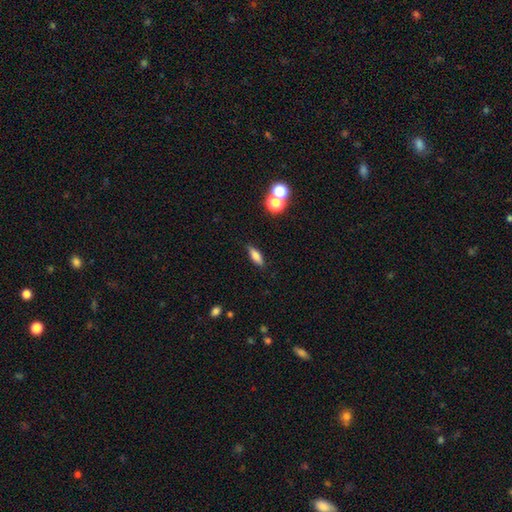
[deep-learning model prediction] This appears to be a smooth galaxy with no disk features (72%) that is in between round and cigar-shaped (57%). Merging: none (84%).